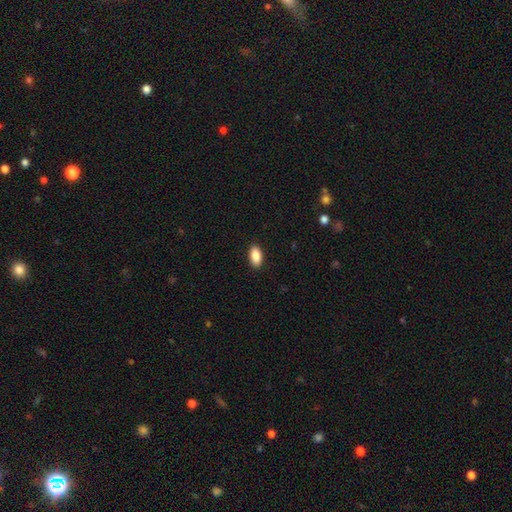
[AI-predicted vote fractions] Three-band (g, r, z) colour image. It shows a smooth galaxy with no disk features (89%) that is in between round and cigar-shaped (93%). Merging: none (90%).